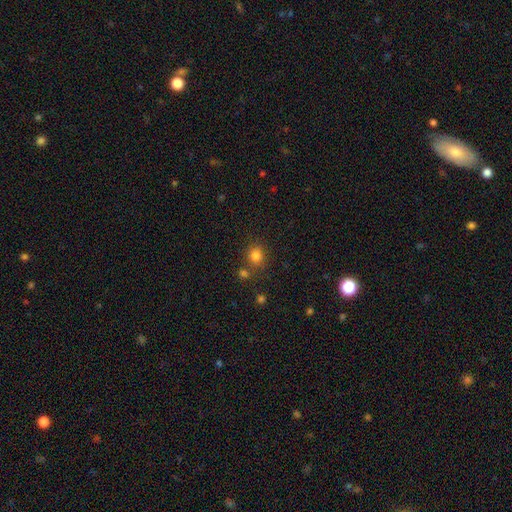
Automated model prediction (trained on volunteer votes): Smooth or featured: smooth — 82% (star or artifact — 13%)
How rounded: round — 75% (in between — 24%)
Merging: none — 73% (merger — 12%)